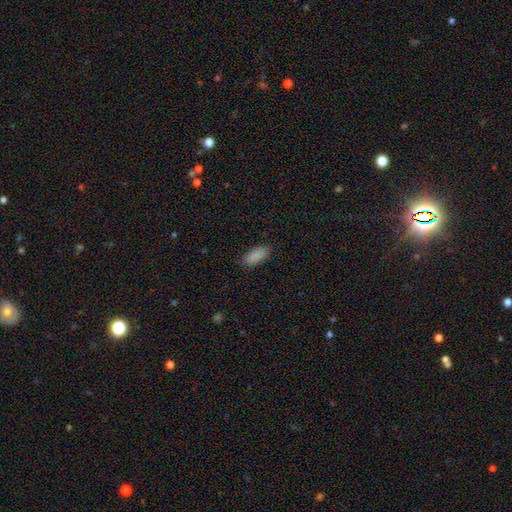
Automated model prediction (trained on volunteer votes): Smooth or featured? Predicted: smooth (p=0.89). How rounded? Predicted: in between (p=0.85). Merging? Predicted: none (p=0.86).